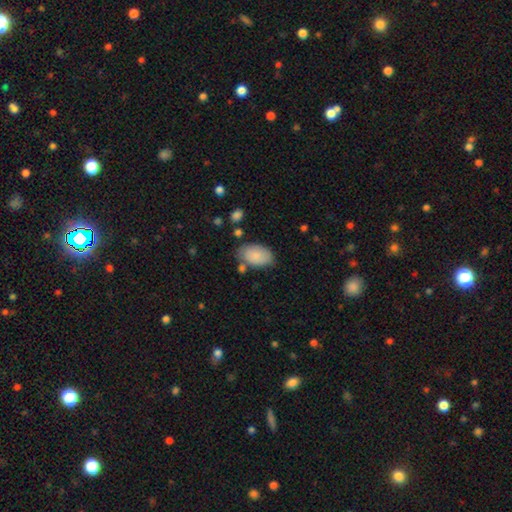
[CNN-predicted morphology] This appears to be a smooth galaxy with no disk features (84%) that is in between round and cigar-shaped (93%). Merging: none (68%).